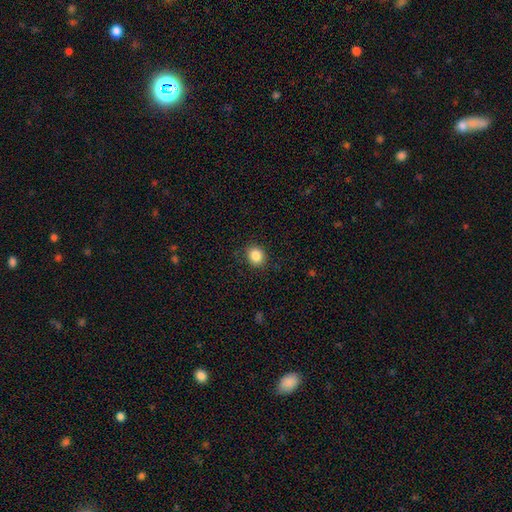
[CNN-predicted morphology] A smooth galaxy with no disk features (86%) that is round (71%). Merging: none (88%).